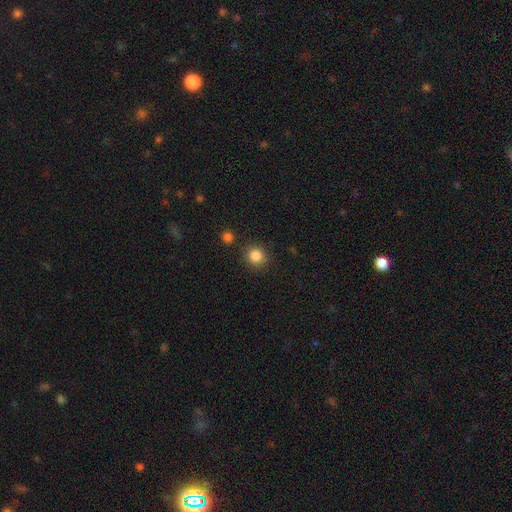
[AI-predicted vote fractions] This is clearly a smooth galaxy (84%). How rounded: clearly round (83%). Merging: clearly none (84%).